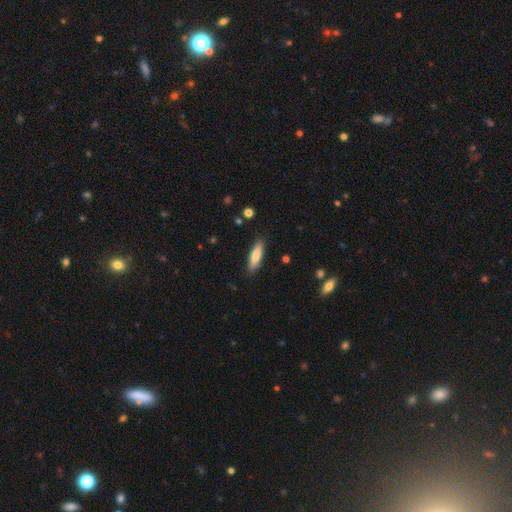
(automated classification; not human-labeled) Smooth or featured? Predicted: smooth (p=0.79). How rounded? Predicted: cigar-shaped (p=0.59). Merging? Predicted: none (p=0.87).